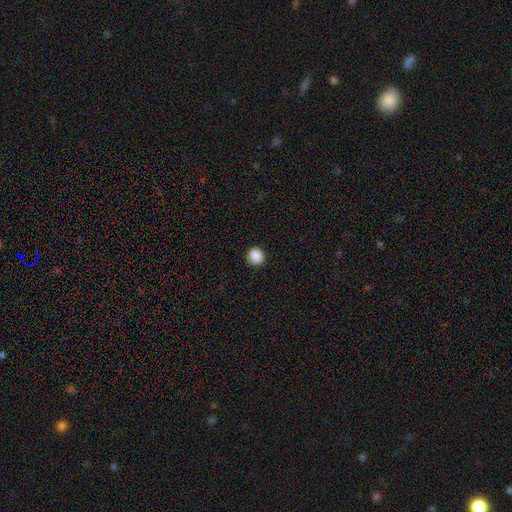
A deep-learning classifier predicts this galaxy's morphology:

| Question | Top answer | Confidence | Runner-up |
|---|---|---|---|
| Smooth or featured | smooth | 88% | star or artifact (9%) |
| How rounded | round | 91% | in between (8%) |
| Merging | none | 92% | minor disturbance (6%) |